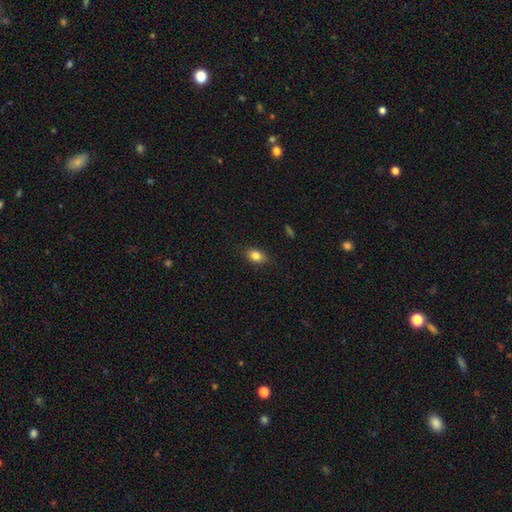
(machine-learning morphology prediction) This appears to be a smooth galaxy with no disk features (83%) that is in between round and cigar-shaped (81%). Merging: none (85%).